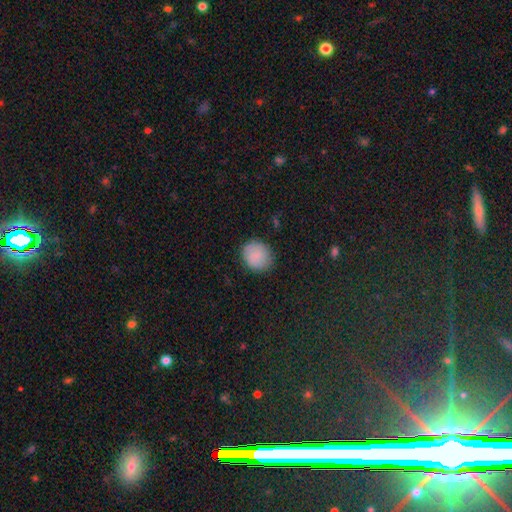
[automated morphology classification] This appears to be a smooth galaxy with no disk features (87%) that is round (75%). Merging: none (85%).